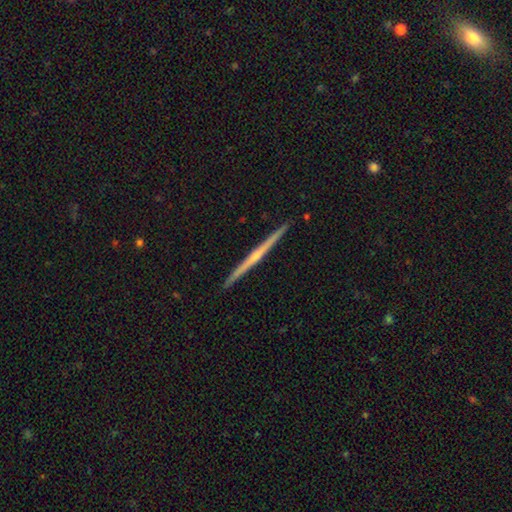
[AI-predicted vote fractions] smooth_or_featured: featured or disk (p=0.76) [alt: smooth p=0.18]
disk_edge_on: yes (p=0.98) [alt: no p=0.02]
edge_on_bulge: rounded (p=0.52) [alt: none p=0.41]
merging: none (p=0.93) [alt: minor disturbance p=0.05]